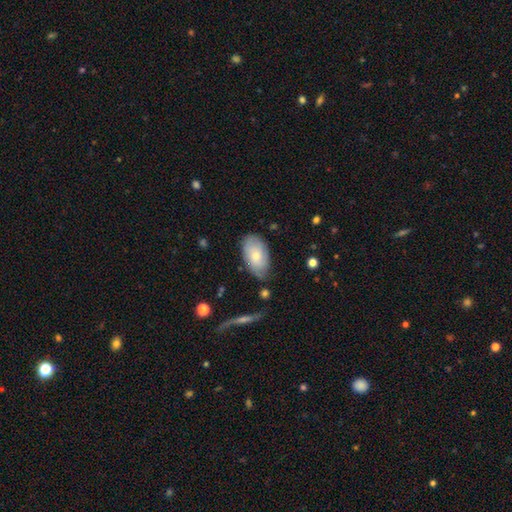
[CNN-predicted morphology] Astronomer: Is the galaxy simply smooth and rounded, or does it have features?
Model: smooth — 61%.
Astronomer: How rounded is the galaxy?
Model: in between — 93%.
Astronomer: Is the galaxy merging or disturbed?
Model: none — 70%.